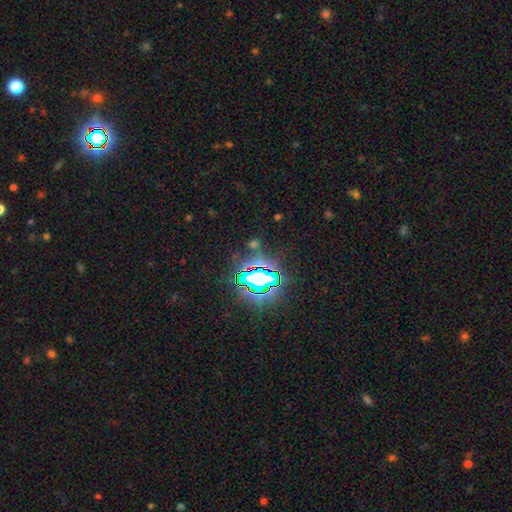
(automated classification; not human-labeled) This appears to be a star or artifact, not a galaxy (82%).